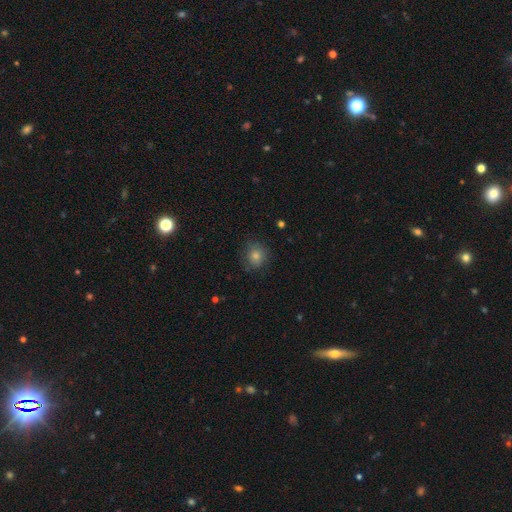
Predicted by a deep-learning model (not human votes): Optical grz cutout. It shows a smooth galaxy with no disk features (67%) that is round (86%). Merging: none (80%).